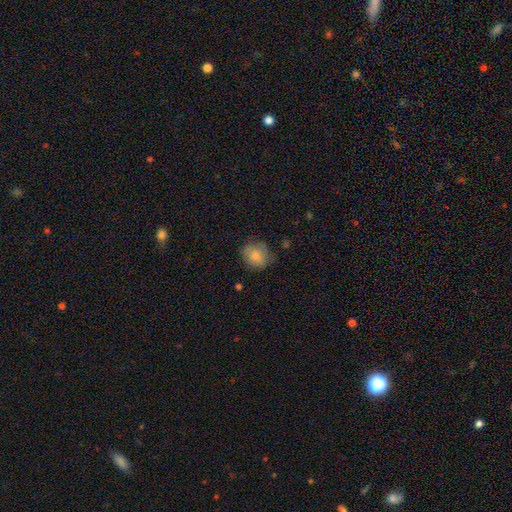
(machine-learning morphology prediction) Smooth or featured? Predicted: smooth (p=0.80). How rounded? Predicted: round (p=0.80). Merging? Predicted: none (p=0.73).